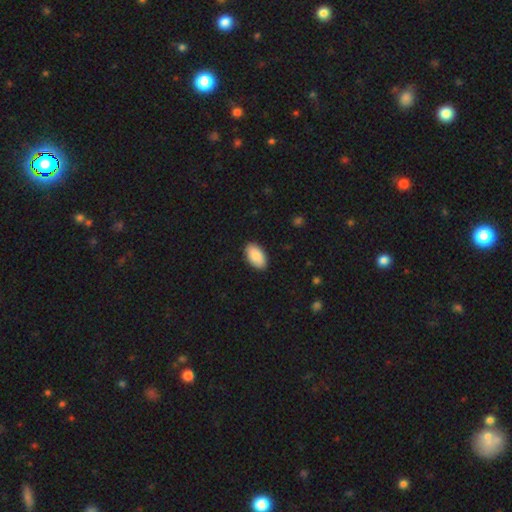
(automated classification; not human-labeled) A smooth galaxy with no disk features (89%) that is in between round and cigar-shaped (96%).

Vote fractions:
- Smooth or featured? smooth: 89% / star or artifact: 6% / featured or disk: 5%
- How rounded? in between: 96% / round: 3% / cigar-shaped: 2%
- Merging? none: 90% / minor disturbance: 8% / major disturbance: 2% / merger: 1%